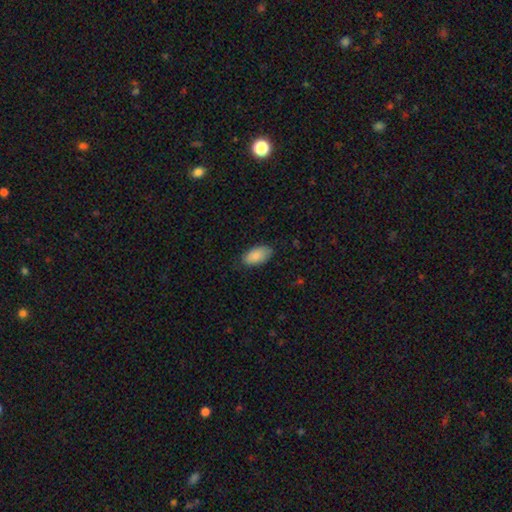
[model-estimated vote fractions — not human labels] Smooth or featured?
  - smooth: 87% *
  - featured or disk: 7%
  - star or artifact: 6%
How rounded?
  - in between: 95% *
  - cigar-shaped: 3%
  - round: 3%
Merging?
  - none: 79% *
  - minor disturbance: 17%
  - major disturbance: 3%
  - merger: 1%